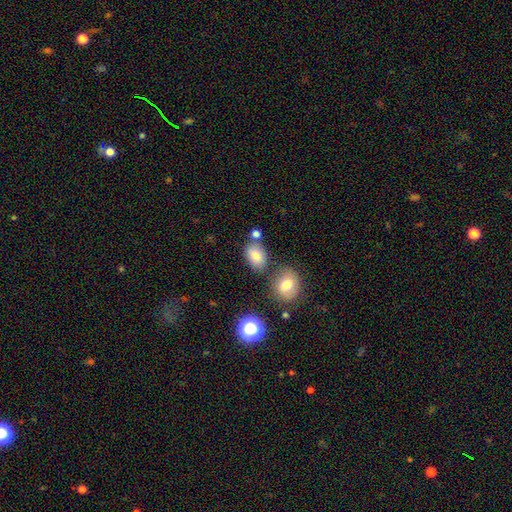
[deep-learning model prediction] Morphology: type=smooth (80%); roundness=in between (80%); merging=none (68%).